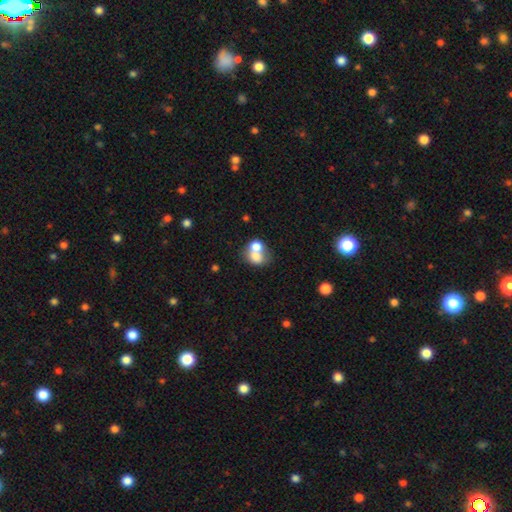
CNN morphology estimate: Smooth or featured?
  - smooth: 69% *
  - featured or disk: 21%
  - star or artifact: 10%
How rounded?
  - round: 53% *
  - in between: 46%
  - cigar-shaped: 1%
Merging?
  - merger: 67% *
  - none: 21%
  - minor disturbance: 7%
  - major disturbance: 5%